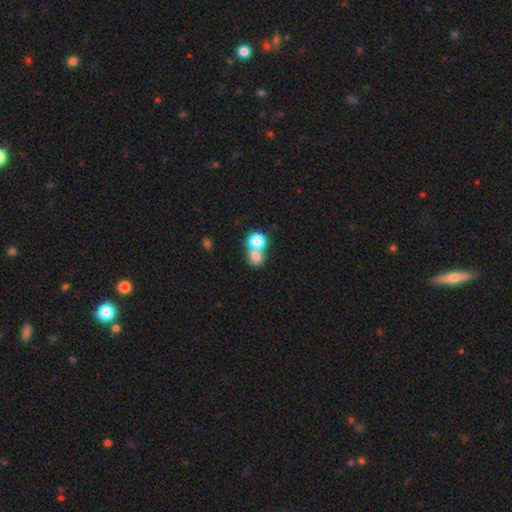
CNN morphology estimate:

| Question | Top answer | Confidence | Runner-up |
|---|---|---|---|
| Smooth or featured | smooth | 76% | featured or disk (13%) |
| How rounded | round | 67% | in between (32%) |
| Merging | merger | 65% | none (26%) |